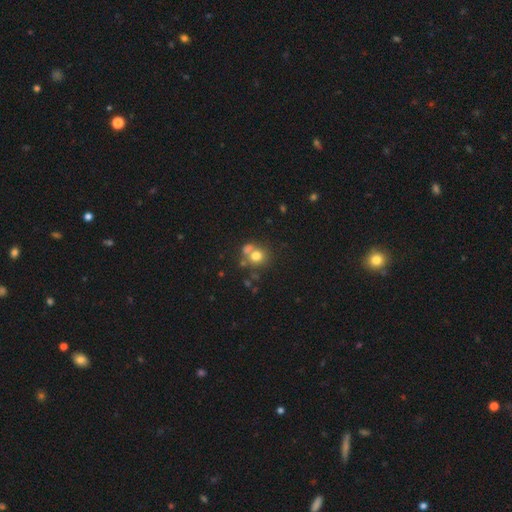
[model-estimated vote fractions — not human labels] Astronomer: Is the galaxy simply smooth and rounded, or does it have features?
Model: smooth — 72%.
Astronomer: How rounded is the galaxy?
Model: round — 80%.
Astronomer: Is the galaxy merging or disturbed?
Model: none — 51% (runner-up: merger, 32%).